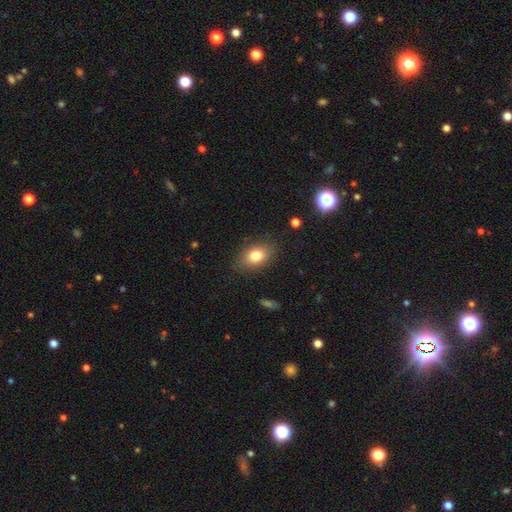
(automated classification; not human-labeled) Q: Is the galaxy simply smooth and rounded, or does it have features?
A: smooth — 79%.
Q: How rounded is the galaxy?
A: in between — 81%.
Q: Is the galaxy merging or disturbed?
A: none — 84%.